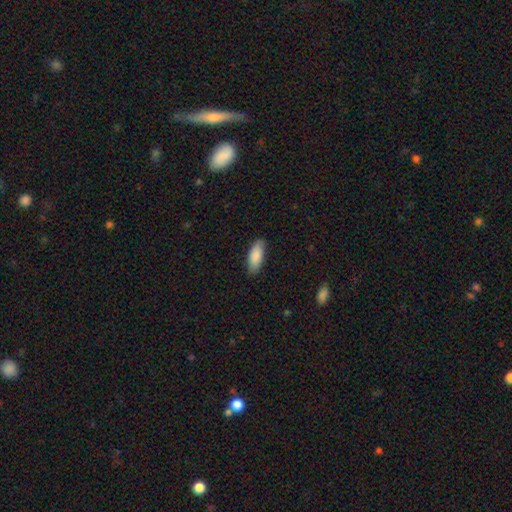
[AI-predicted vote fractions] smooth_or_featured: smooth (p=0.88) [alt: featured or disk p=0.07]
how_rounded: in between (p=0.80) [alt: cigar-shaped p=0.19]
merging: none (p=0.84) [alt: minor disturbance p=0.13]